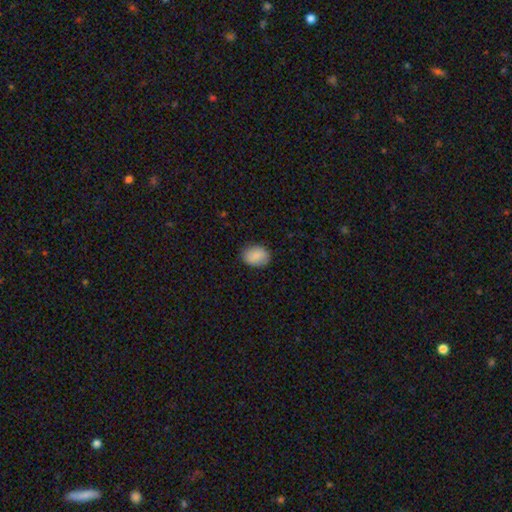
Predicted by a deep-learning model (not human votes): smooth-or-featured: smooth: 88% | star or artifact: 7% | featured or disk: 4%
  how-rounded: in between: 70% | round: 29% | cigar-shaped: 1%
  merging: none: 86% | minor disturbance: 11% | major disturbance: 2% | merger: 1%